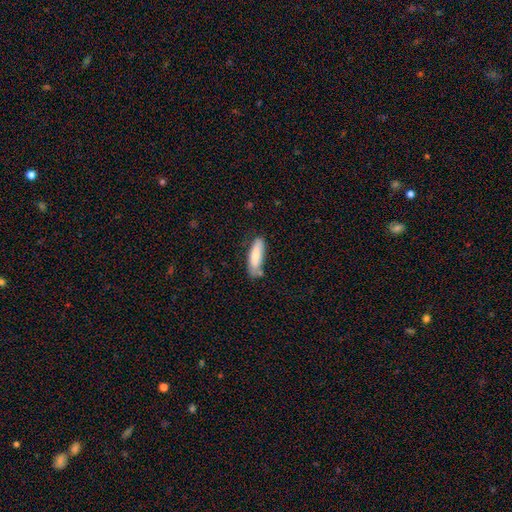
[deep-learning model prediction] This appears to be a smooth galaxy with no disk features (78%) that is cigar-shaped (54%). Merging: none (68%).